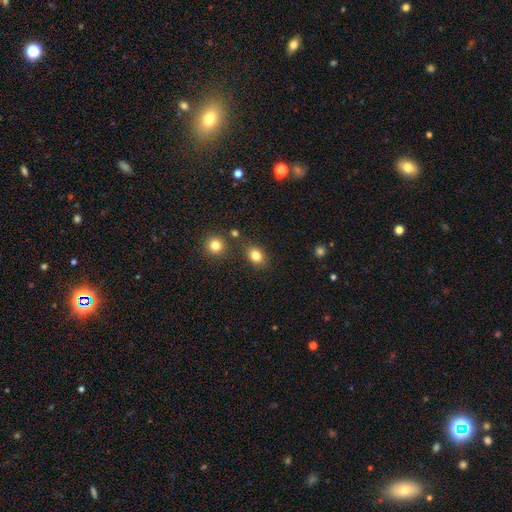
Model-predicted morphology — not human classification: Smooth or featured?
  - smooth: 82% *
  - star or artifact: 11%
  - featured or disk: 7%
How rounded?
  - in between: 59% *
  - round: 40%
  - cigar-shaped: 1%
Merging?
  - none: 80% *
  - minor disturbance: 11%
  - merger: 6%
  - major disturbance: 3%